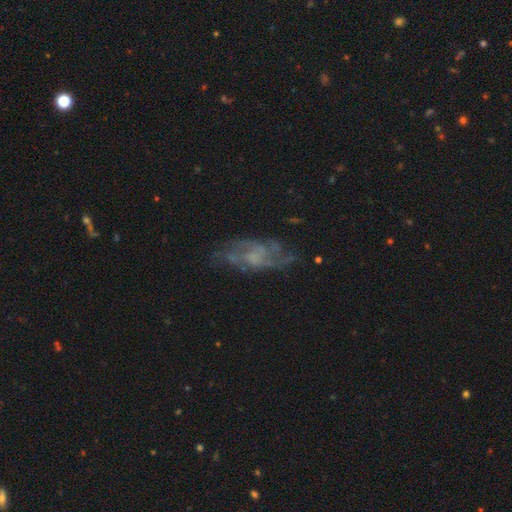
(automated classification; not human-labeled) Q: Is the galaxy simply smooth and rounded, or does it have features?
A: featured or disk — 75%.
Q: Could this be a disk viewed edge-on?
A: no — 92%.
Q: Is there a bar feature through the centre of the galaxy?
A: no — 61%.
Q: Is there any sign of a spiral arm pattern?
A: yes — 83%.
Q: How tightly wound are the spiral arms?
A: medium — 44%.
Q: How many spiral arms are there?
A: can't tell — 35%.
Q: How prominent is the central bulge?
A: none — 48%.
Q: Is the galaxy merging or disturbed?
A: none — 64%.